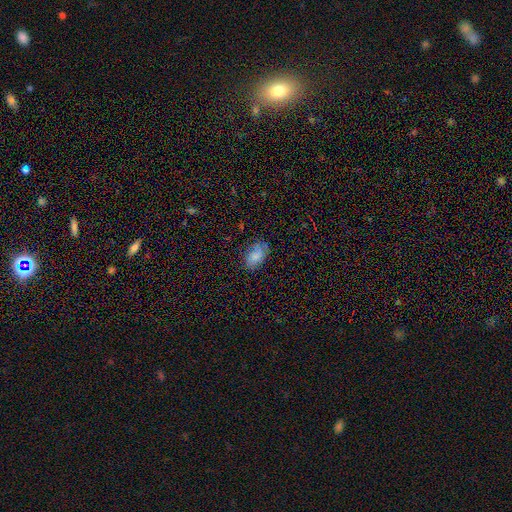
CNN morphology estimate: Q: Smooth or featured?
A: smooth (74%); runner-up: featured or disk (16%)
Q: How rounded?
A: in between (90%); runner-up: round (9%)
Q: Merging?
A: none (69%); runner-up: minor disturbance (22%)